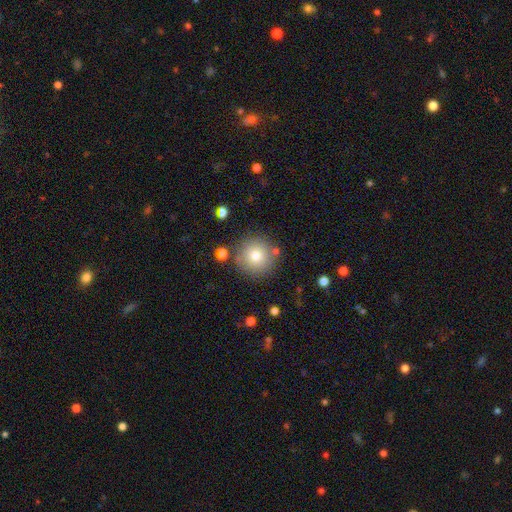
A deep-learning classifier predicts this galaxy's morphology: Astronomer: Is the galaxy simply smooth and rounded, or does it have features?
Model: smooth — 77%.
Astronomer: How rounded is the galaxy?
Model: round — 95%.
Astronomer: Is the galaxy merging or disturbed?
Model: none — 83%.